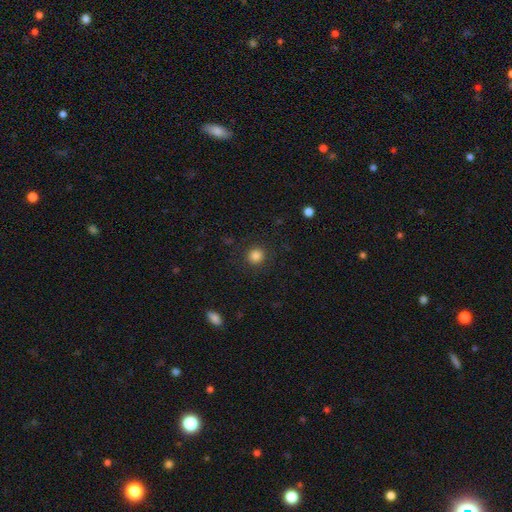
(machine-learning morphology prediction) This appears to be a smooth galaxy with no disk features (84%) that is round (93%). Merging: none (90%).